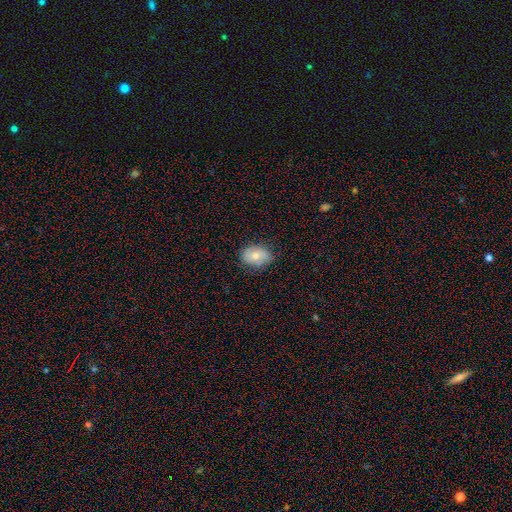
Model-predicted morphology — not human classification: smooth-or-featured: smooth: 71% | featured or disk: 21% | star or artifact: 8%
  how-rounded: in between: 77% | round: 21% | cigar-shaped: 1%
  merging: none: 75% | minor disturbance: 20% | major disturbance: 4% | merger: 1%